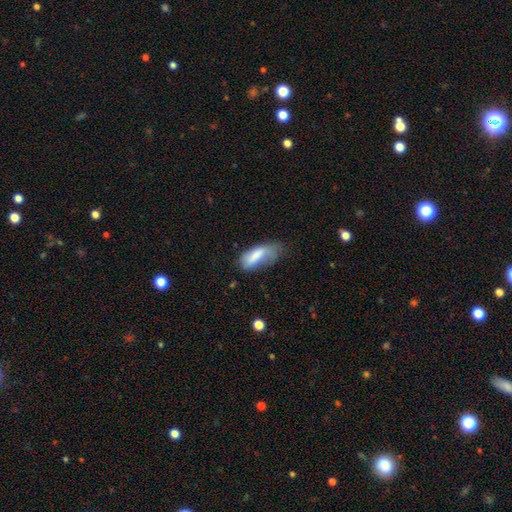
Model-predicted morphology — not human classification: A smooth galaxy with no disk features (77%) that is in between round and cigar-shaped (77%).

Vote fractions:
- Smooth or featured? smooth: 77% / featured or disk: 15% / star or artifact: 8%
- How rounded? in between: 77% / cigar-shaped: 21% / round: 2%
- Merging? minor disturbance: 39% / none: 31% / major disturbance: 27% / merger: 3%